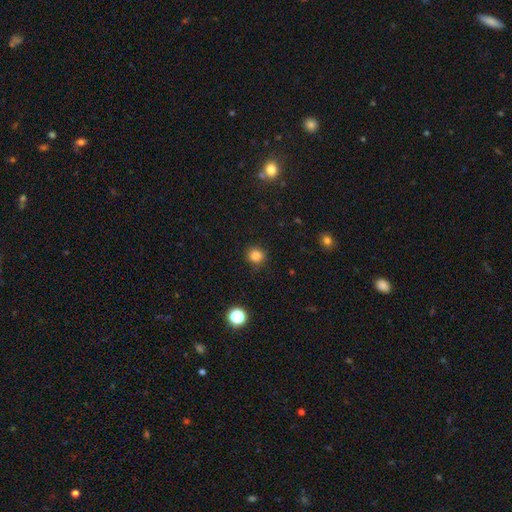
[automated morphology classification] The model was most divided on "smooth or featured": smooth: 84%, star or artifact: 13%, featured or disk: 3%. More confident: how rounded — round (91%); merging — none (87%).